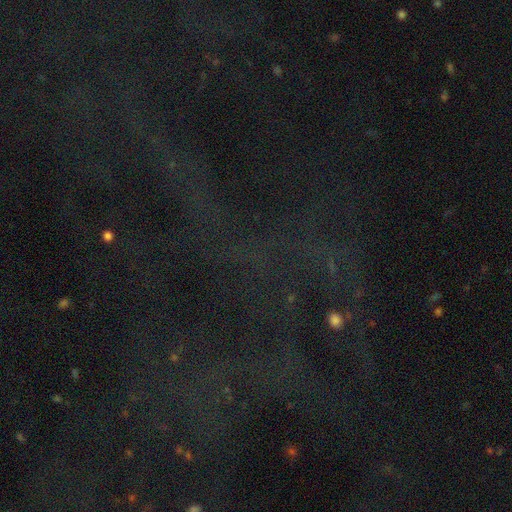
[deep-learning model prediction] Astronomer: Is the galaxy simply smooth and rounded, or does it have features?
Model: star or artifact — 75%.